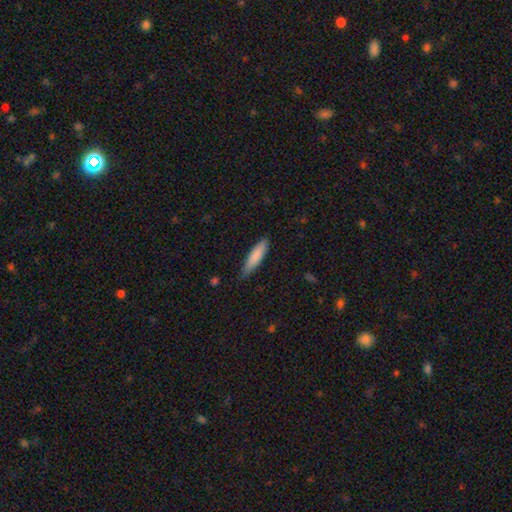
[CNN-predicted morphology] smooth_or_featured: smooth (p=0.83) [alt: featured or disk p=0.11]
how_rounded: cigar-shaped (p=0.75) [alt: in between p=0.23]
merging: none (p=0.79) [alt: minor disturbance p=0.18]